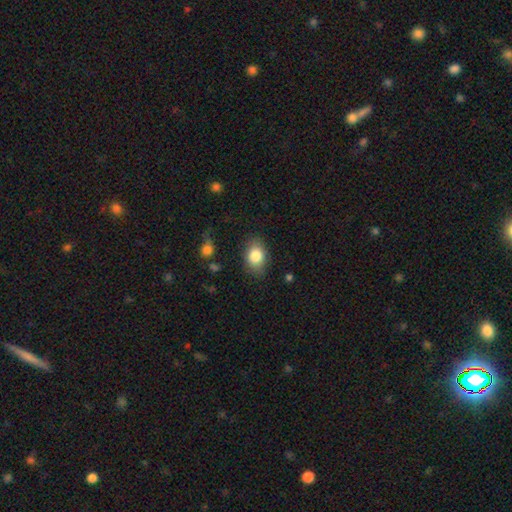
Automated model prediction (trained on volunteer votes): Morphology: type=smooth (83%); roundness=in between (81%); merging=none (82%).